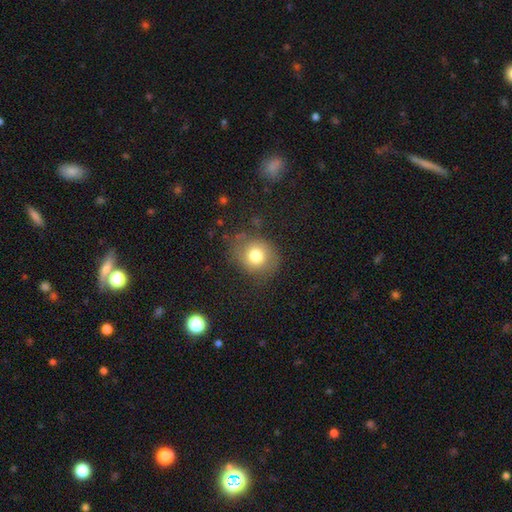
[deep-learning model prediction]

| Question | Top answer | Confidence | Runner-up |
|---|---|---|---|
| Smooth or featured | smooth | 75% | featured or disk (15%) |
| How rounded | round | 73% | in between (27%) |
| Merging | none | 70% | minor disturbance (20%) |